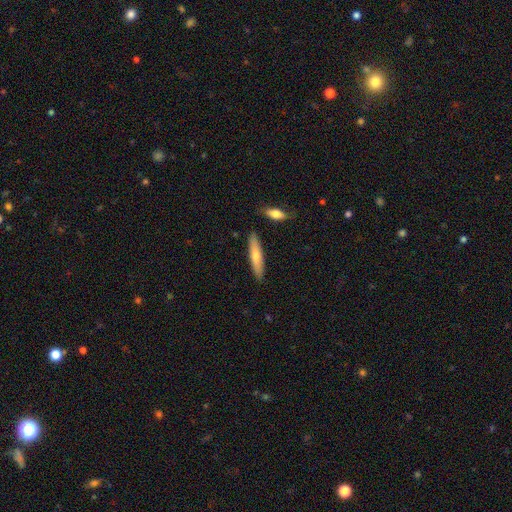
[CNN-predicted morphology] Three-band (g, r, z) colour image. It shows a smooth galaxy with no disk features (64%) that is cigar-shaped (87%). Merging: none (88%).